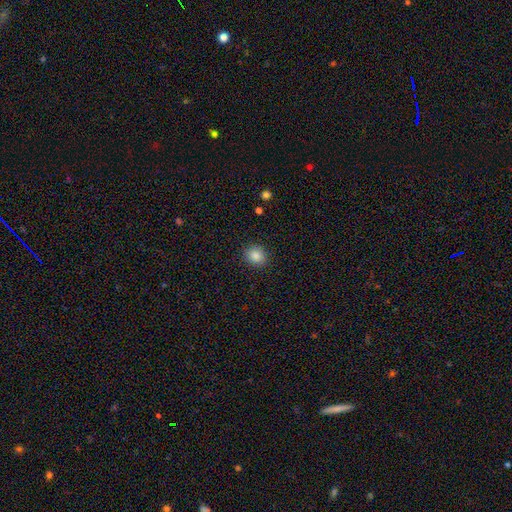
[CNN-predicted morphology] A smooth galaxy with no disk features (85%) that is round (78%). Merging: none (90%).